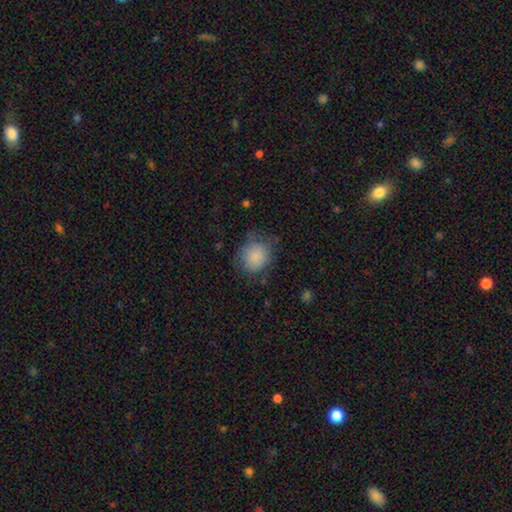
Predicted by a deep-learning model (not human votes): The model was most divided on "merging": none: 65%, minor disturbance: 24%, major disturbance: 9%, merger: 1%. More confident: smooth or featured — smooth (82%); how rounded — round (74%).